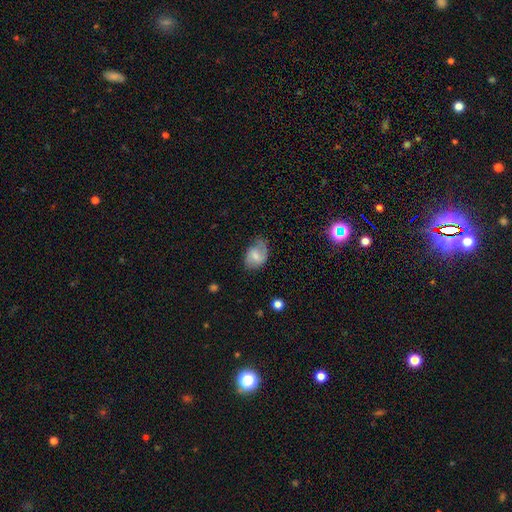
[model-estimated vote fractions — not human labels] Smooth or featured?
  - smooth: 47% *
  - featured or disk: 45%
  - star or artifact: 8%
Merging?
  - none: 56% *
  - minor disturbance: 30%
  - major disturbance: 12%
  - merger: 2%